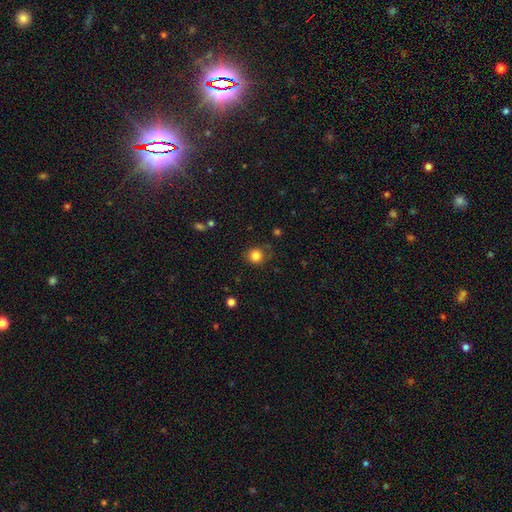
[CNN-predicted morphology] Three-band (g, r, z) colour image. It shows a smooth galaxy with no disk features (83%) that is round (87%). Merging: none (76%).